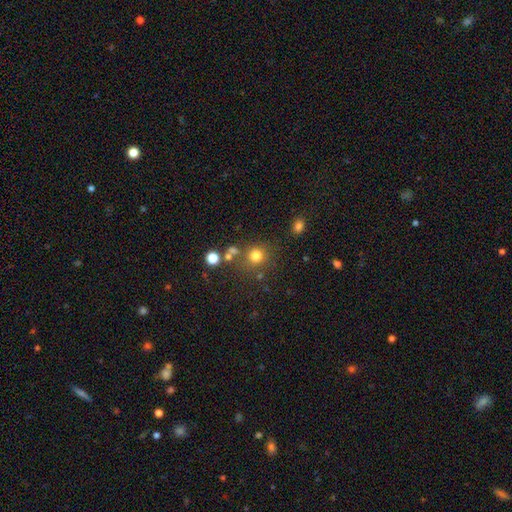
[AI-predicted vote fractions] Smooth or featured? smooth (76%)
How rounded? round (89%)
Merging? none (73%)